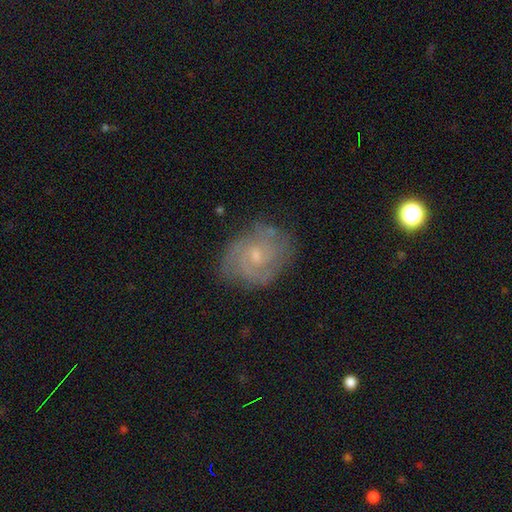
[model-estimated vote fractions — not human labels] Smooth or featured? featured or disk (71%)
Edge-on disk? no (97%)
Bar? no (64%)
Spiral arms? yes (87%)
Spiral winding? tight (51%)
Spiral arm count? can't tell (37%)
Bulge size? small (64%)
Merging? none (73%)